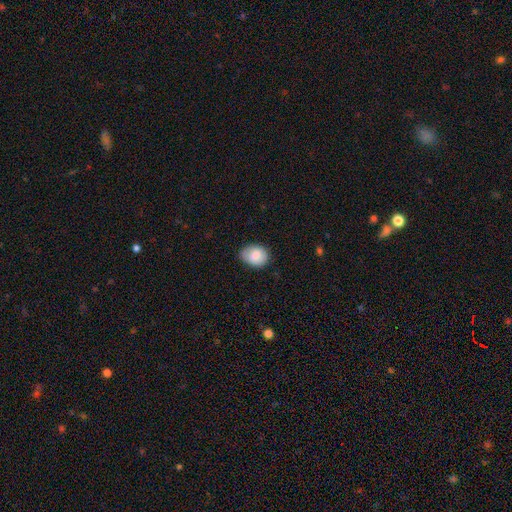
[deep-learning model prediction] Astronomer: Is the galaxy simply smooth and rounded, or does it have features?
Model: smooth — 83%.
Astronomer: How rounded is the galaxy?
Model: in between — 61% (runner-up: round, 38%).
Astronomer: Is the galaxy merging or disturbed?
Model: none — 69%.